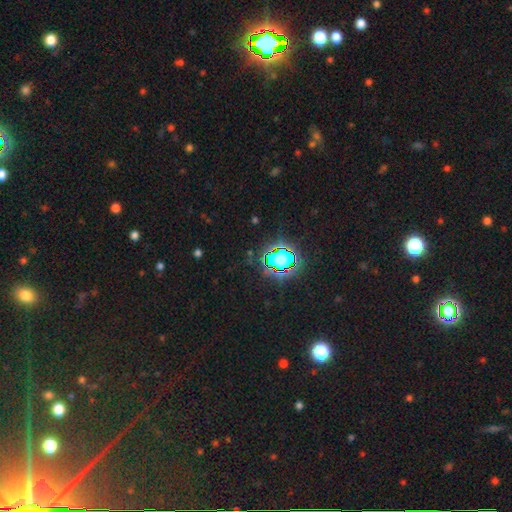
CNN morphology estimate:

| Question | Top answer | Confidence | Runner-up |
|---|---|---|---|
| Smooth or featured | star or artifact | 81% | smooth (11%) |